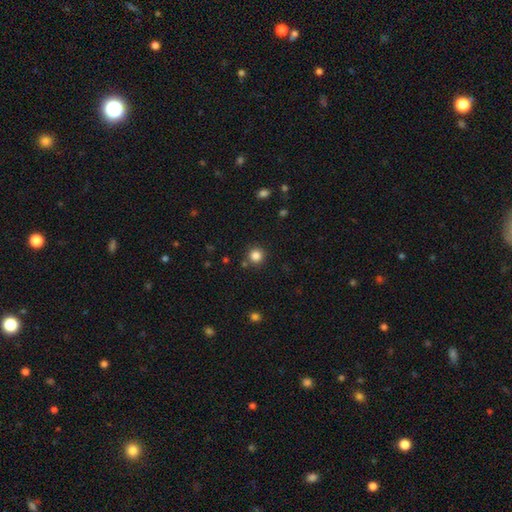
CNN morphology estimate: Smooth or featured?
  - smooth: 83% *
  - star or artifact: 12%
  - featured or disk: 4%
How rounded?
  - round: 94% *
  - in between: 5%
  - cigar-shaped: 1%
Merging?
  - none: 85% *
  - minor disturbance: 7%
  - merger: 5%
  - major disturbance: 3%